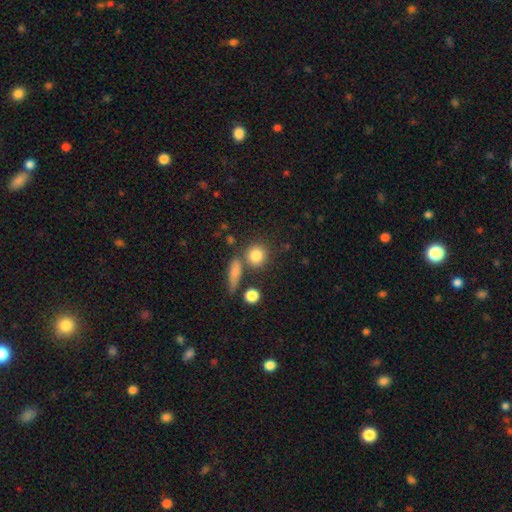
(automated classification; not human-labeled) smooth_or_featured: smooth (p=0.82) [alt: star or artifact p=0.10]
how_rounded: round (p=0.81) [alt: in between p=0.15]
merging: none (p=0.69) [alt: merger p=0.16]